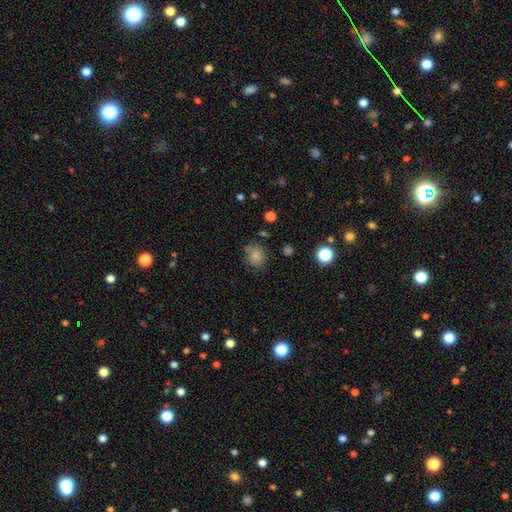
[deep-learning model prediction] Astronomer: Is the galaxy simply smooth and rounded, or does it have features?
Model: smooth — 82%.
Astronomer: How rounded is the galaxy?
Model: round — 60% (runner-up: in between, 39%).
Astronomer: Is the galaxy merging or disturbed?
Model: none — 71%.